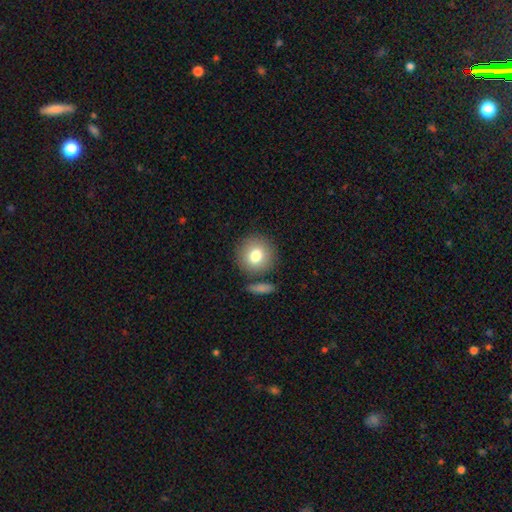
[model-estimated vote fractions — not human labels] smooth_or_featured: smooth (p=0.78) [alt: featured or disk p=0.13]
how_rounded: round (p=0.91) [alt: in between p=0.08]
merging: none (p=0.80) [alt: minor disturbance p=0.09]